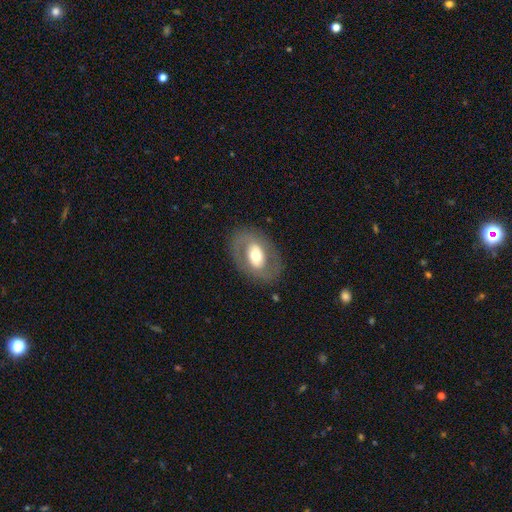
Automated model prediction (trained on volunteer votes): featured or disk 60%, smooth 34%, star or artifact 6%. Down the decision tree: edge-on disk — no (93%); bar — no (45%); spiral arms — no (58%); bulge size — moderate (61%); merging — none (80%).